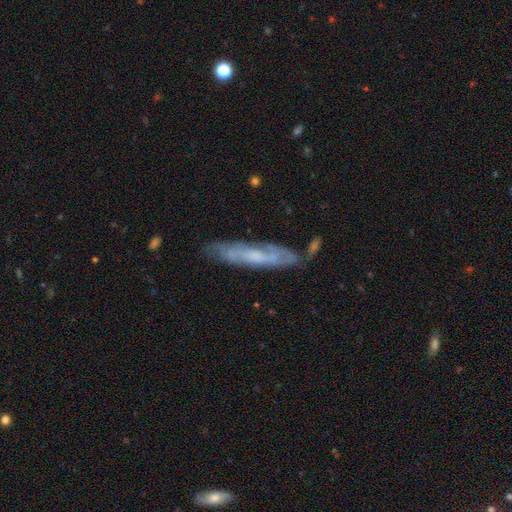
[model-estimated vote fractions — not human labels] Smooth or featured: featured or disk — 63% (smooth — 30%)
Edge-on disk: yes — 53% (no — 47%)
Merging: none — 70% (minor disturbance — 20%)